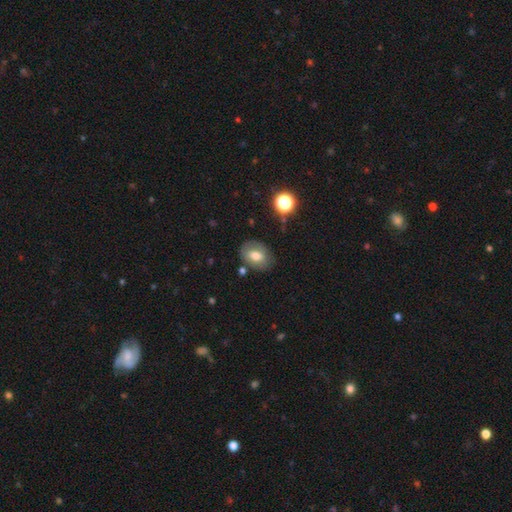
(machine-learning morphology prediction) smooth_or_featured: smooth (p=0.67) [alt: featured or disk p=0.23]
how_rounded: in between (p=0.69) [alt: round p=0.30]
merging: none (p=0.75) [alt: minor disturbance p=0.17]